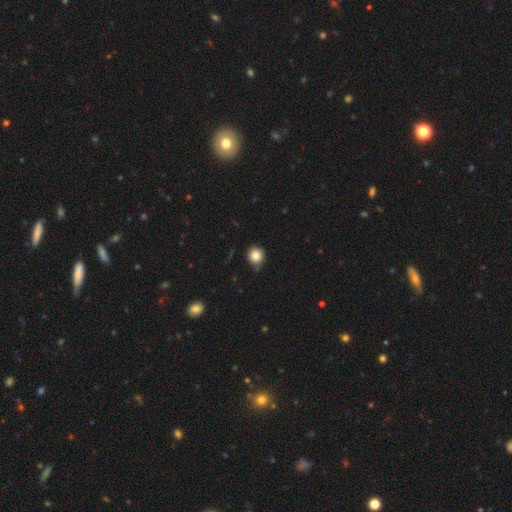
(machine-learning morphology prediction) This is clearly a smooth galaxy (85%). How rounded: clearly round (91%). Merging: clearly none (84%).